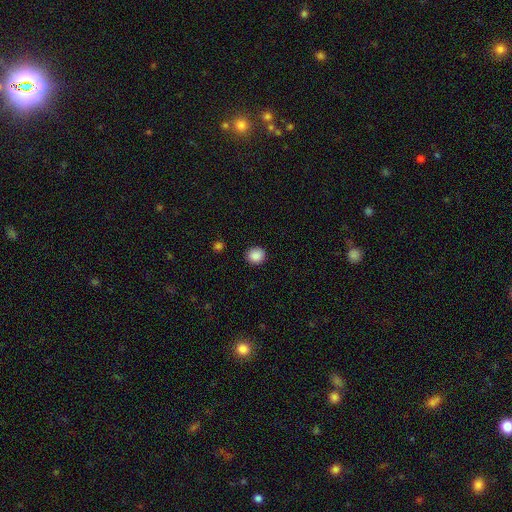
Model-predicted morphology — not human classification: This appears to be a smooth galaxy with no disk features (88%) that is round (83%). Merging: none (90%).